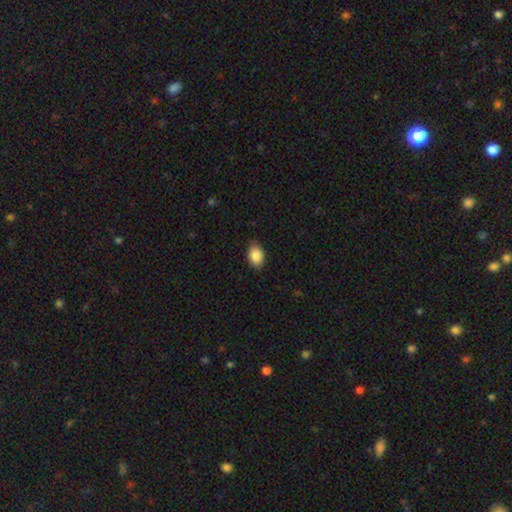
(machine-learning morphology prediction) The model was most divided on "how rounded": in between: 84%, round: 15%, cigar-shaped: 1%. More confident: smooth or featured — smooth (88%); merging — none (83%).